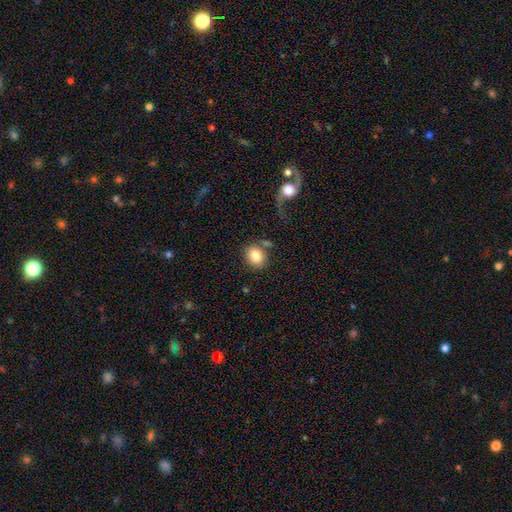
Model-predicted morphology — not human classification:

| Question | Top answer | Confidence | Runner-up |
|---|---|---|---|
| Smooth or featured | smooth | 83% | featured or disk (9%) |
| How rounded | round | 68% | in between (31%) |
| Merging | none | 72% | minor disturbance (11%) |